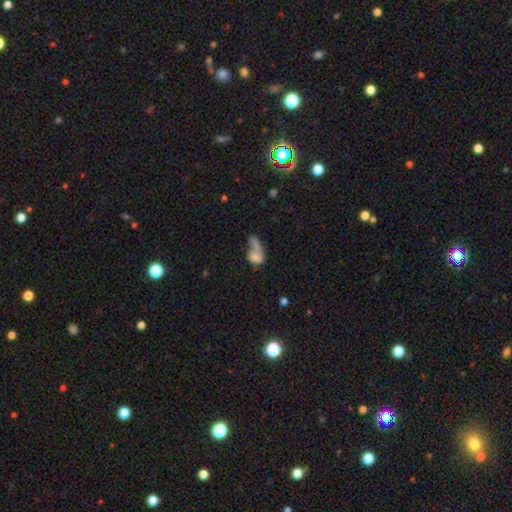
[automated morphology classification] smooth-or-featured: smooth: 60% | featured or disk: 29% | star or artifact: 11%
  how-rounded: in between: 77% | round: 18% | cigar-shaped: 4%
  merging: merger: 36% | major disturbance: 33% | none: 20% | minor disturbance: 12%